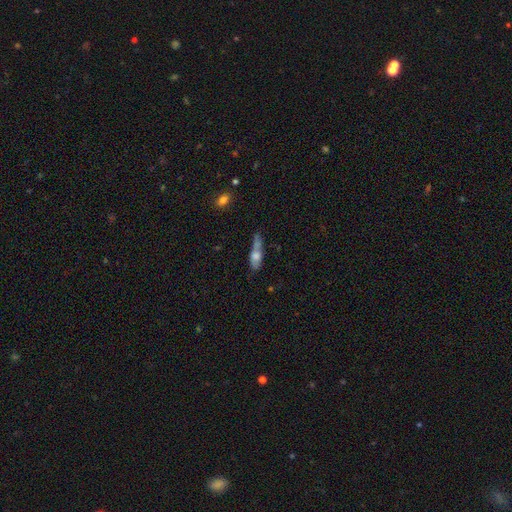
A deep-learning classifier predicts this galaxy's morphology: type=smooth (60%); roundness=cigar-shaped (52%); merging=none (39%).